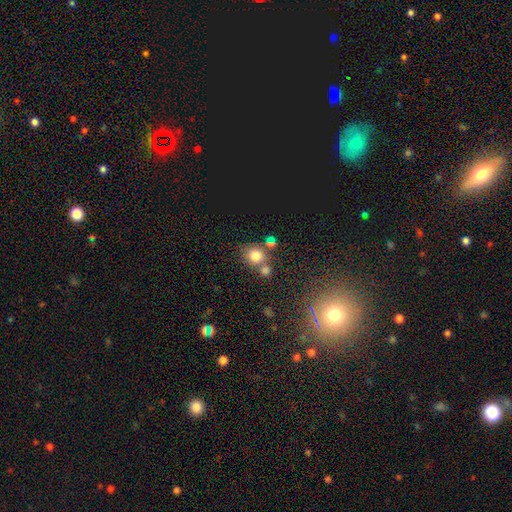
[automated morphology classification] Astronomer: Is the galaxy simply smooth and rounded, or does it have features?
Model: smooth — 75%.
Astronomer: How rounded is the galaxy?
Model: round — 77%.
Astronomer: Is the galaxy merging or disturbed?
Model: none — 56%.